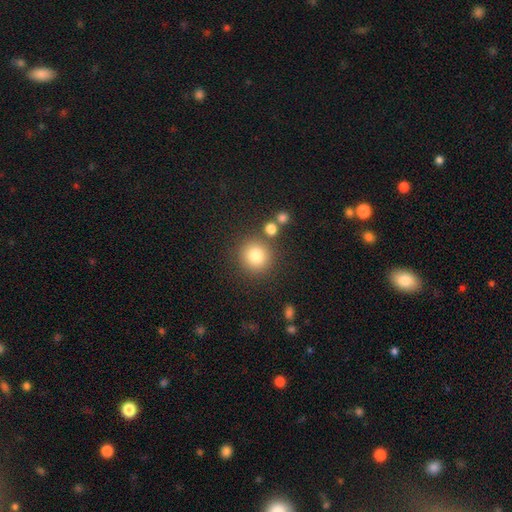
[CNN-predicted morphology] This appears to be a smooth galaxy with no disk features (81%) that is round (92%). Merging: none (83%).